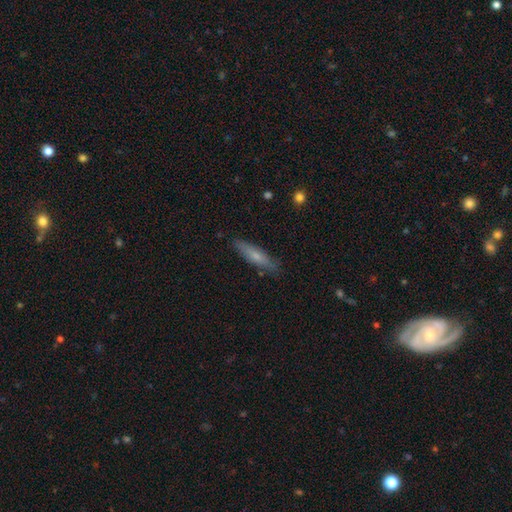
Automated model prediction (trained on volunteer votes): Smooth or featured? smooth (61%)
How rounded? cigar-shaped (77%)
Merging? none (82%)